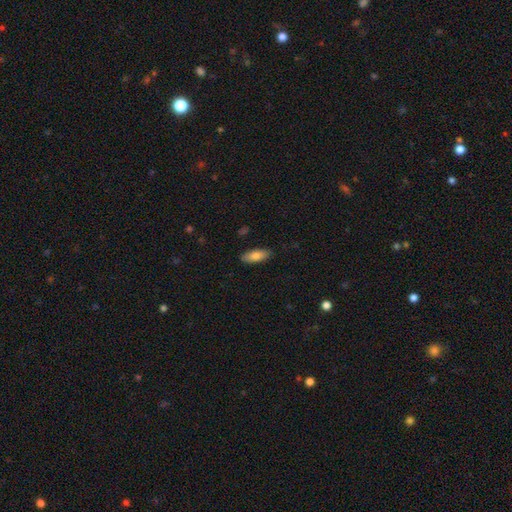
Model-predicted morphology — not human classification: Smooth or featured?
  - smooth: 79% *
  - featured or disk: 15%
  - star or artifact: 6%
How rounded?
  - in between: 75% *
  - cigar-shaped: 23%
  - round: 2%
Merging?
  - none: 87% *
  - minor disturbance: 10%
  - major disturbance: 2%
  - merger: 1%